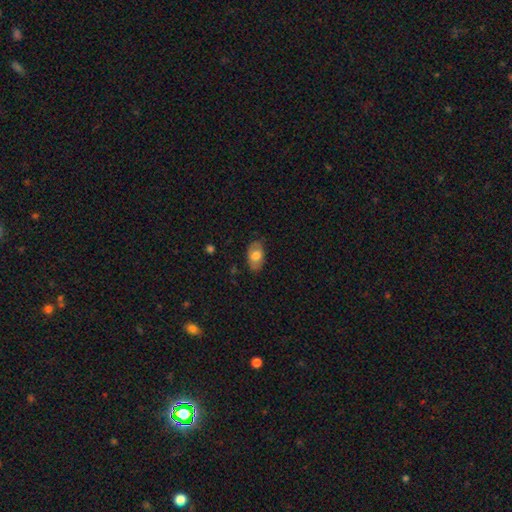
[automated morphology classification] This is likely a smooth galaxy (73%). How rounded: clearly in between (92%). Merging: clearly none (80%).